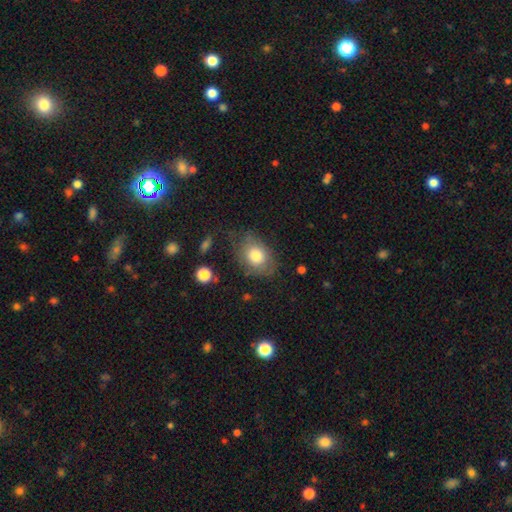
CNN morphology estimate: Q: Smooth or featured?
A: smooth (75%); runner-up: featured or disk (17%)
Q: How rounded?
A: in between (66%); runner-up: round (33%)
Q: Merging?
A: none (61%); runner-up: minor disturbance (25%)